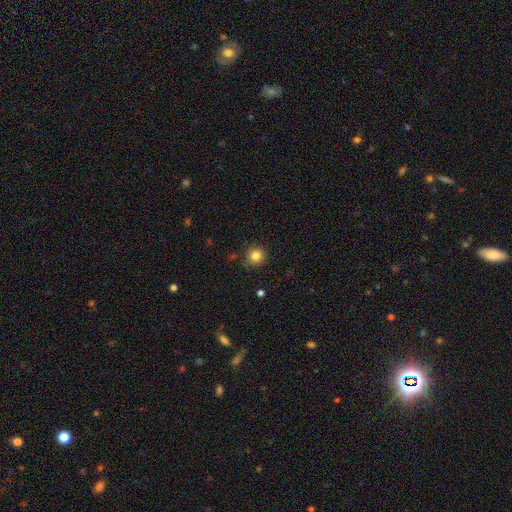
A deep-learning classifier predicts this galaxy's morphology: Smooth or featured?
  - smooth: 84% *
  - star or artifact: 11%
  - featured or disk: 5%
How rounded?
  - round: 93% *
  - in between: 6%
  - cigar-shaped: 1%
Merging?
  - none: 84% *
  - minor disturbance: 11%
  - major disturbance: 3%
  - merger: 2%